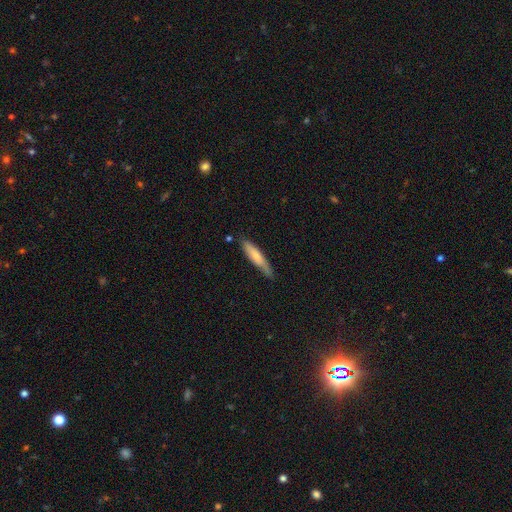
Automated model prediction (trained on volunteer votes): Morphology: type=smooth (69%); roundness=cigar-shaped (84%); merging=none (72%).